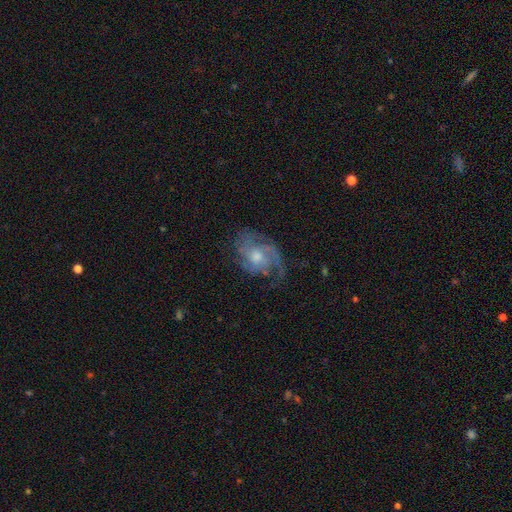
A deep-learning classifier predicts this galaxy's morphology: Smooth or featured?
  - featured or disk: 79% *
  - smooth: 13%
  - star or artifact: 9%
Edge-on disk?
  - no: 97% *
  - yes: 3%
Bar?
  - no: 73% *
  - weak: 23%
  - strong: 3%
Spiral arms?
  - yes: 93% *
  - no: 7%
Spiral winding?
  - tight: 42% * (tied)
  - medium: 42% * (tied)
  - loose: 16%
Spiral arm count?
  - 3: 31% *
  - can't tell: 27%
  - 2: 22%
  - 4: 8%
  - 1: 7%
  - more than 4: 6%
Bulge size?
  - moderate: 65% *
  - small: 24%
  - large: 7%
  - none: 3%
  - dominant: 1%
Merging?
  - none: 66% *
  - minor disturbance: 20%
  - major disturbance: 13%
  - merger: 1%